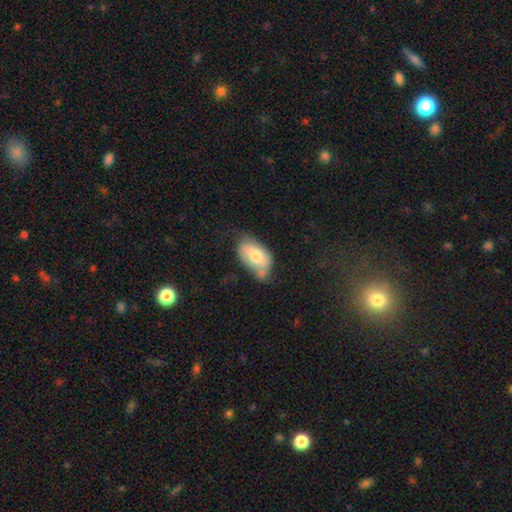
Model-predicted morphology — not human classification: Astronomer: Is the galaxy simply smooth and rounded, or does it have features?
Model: smooth — 70%.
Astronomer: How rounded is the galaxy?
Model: in between — 93%.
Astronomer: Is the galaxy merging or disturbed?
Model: none — 38% (runner-up: minor disturbance, 32%).